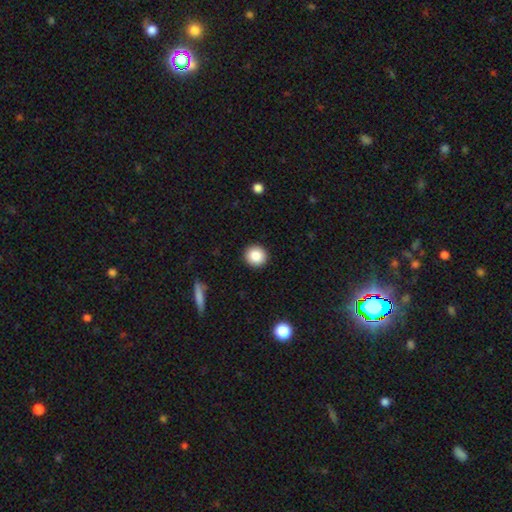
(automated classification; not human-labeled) Smooth or featured? Predicted: smooth (p=0.86). How rounded? Predicted: round (p=0.94). Merging? Predicted: none (p=0.93).